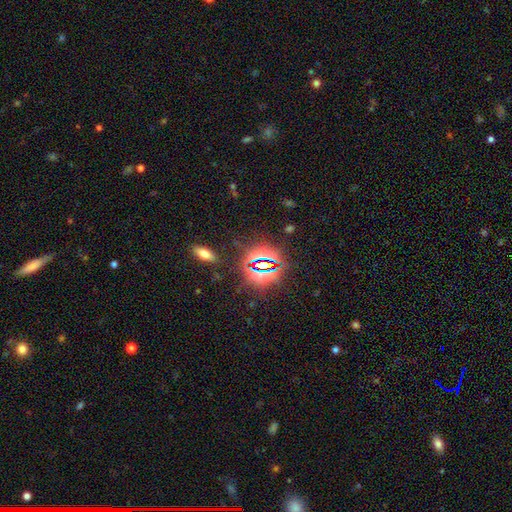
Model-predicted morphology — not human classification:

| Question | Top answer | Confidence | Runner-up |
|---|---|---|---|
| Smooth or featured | star or artifact | 74% | smooth (17%) |